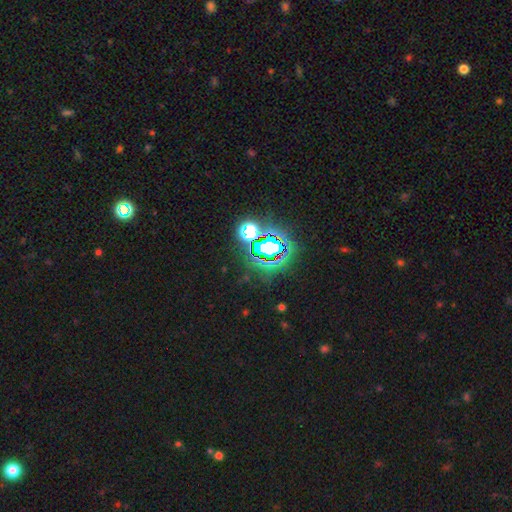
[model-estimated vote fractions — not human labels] A star or artifact, not a galaxy (76%).